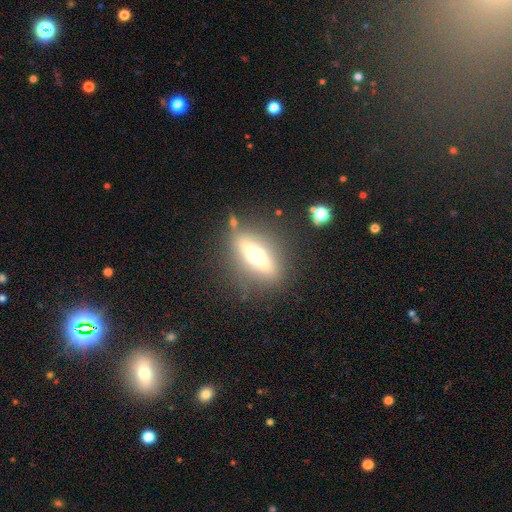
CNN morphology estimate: The model was most divided on "smooth or featured": featured or disk: 52%, smooth: 37%, star or artifact: 11%. More confident: merging — none (80%); edge-on disk — yes (74%).